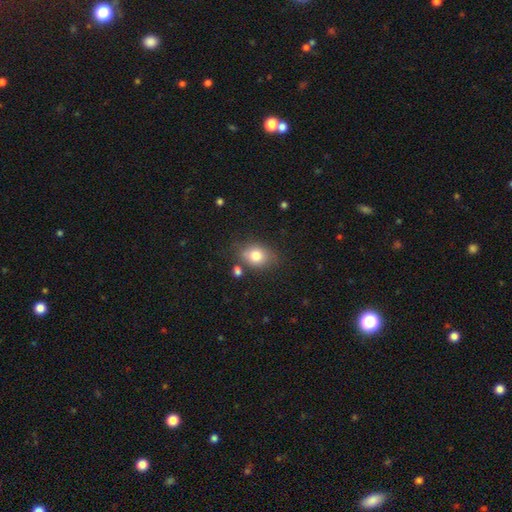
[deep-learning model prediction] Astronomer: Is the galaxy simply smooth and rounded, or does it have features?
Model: smooth — 78%.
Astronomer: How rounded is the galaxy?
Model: in between — 62%.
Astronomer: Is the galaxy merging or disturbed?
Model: none — 70%.